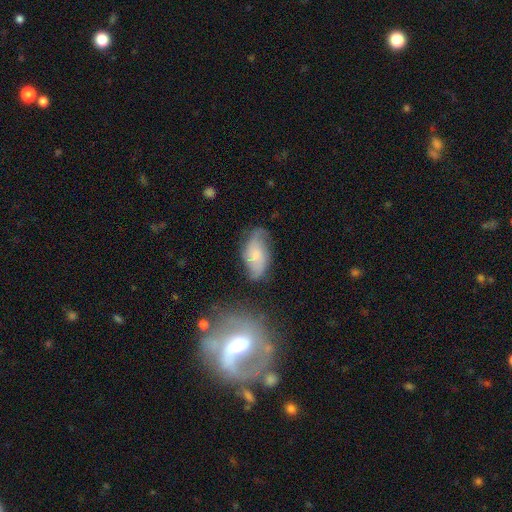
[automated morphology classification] A featured or disk galaxy (50%). Merging: none (55%).